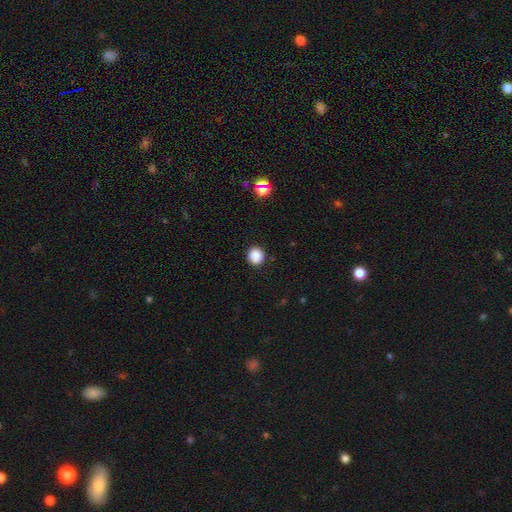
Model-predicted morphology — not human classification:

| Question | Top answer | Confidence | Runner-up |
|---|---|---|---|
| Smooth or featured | smooth | 87% | star or artifact (10%) |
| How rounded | round | 86% | in between (13%) |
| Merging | none | 90% | minor disturbance (7%) |